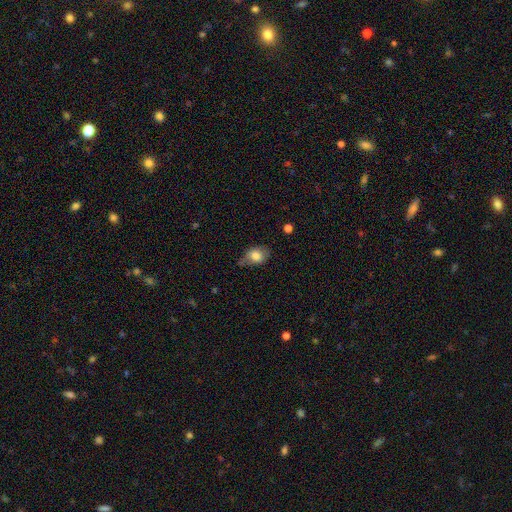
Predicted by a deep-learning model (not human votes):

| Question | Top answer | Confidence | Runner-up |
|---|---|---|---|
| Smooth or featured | smooth | 76% | featured or disk (16%) |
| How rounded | in between | 71% | round (27%) |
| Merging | none | 51% | minor disturbance (34%) |